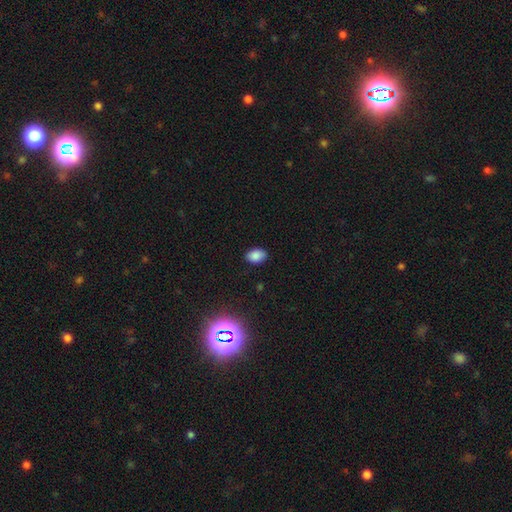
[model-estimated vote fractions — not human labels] The model was most divided on "how rounded": in between: 84%, round: 15%, cigar-shaped: 1%. More confident: merging — none (86%); smooth or featured — smooth (85%).